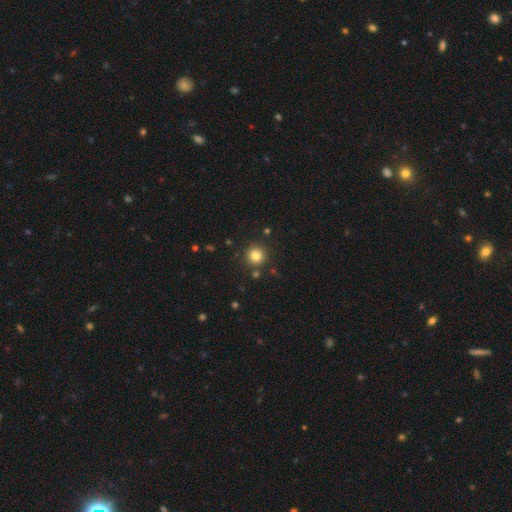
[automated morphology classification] Smooth or featured?
  - smooth: 82% *
  - star or artifact: 12%
  - featured or disk: 6%
How rounded?
  - round: 94% *
  - in between: 5%
  - cigar-shaped: 1%
Merging?
  - none: 87% *
  - minor disturbance: 6%
  - merger: 4%
  - major disturbance: 2%